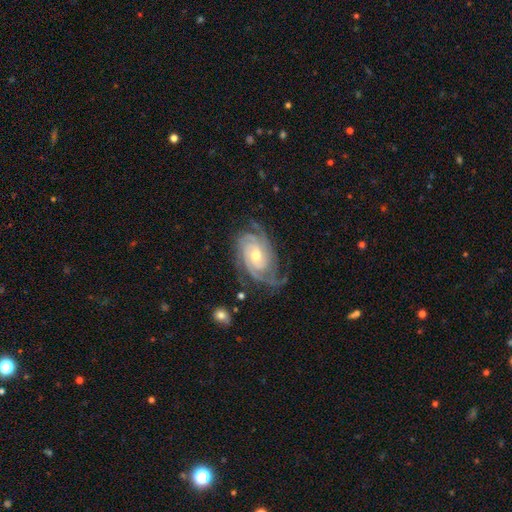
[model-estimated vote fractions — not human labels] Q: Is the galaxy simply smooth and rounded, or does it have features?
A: featured or disk — 91%.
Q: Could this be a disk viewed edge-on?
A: no — 97%.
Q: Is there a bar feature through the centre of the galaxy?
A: no — 59%.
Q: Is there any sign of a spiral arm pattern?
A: yes — 98%.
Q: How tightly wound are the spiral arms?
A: tight — 71%.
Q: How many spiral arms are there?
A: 3 — 35%.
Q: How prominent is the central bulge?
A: moderate — 58%.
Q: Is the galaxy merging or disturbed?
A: none — 71%.